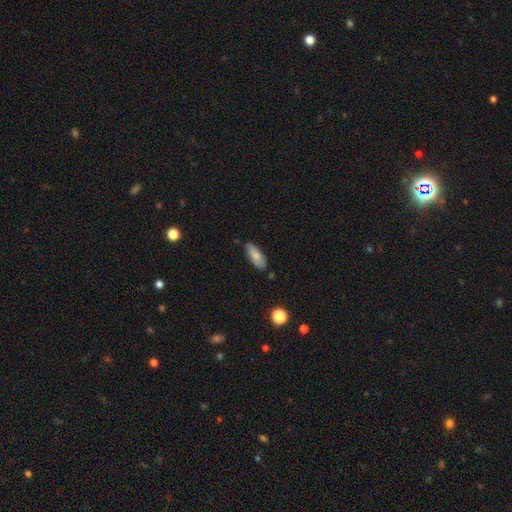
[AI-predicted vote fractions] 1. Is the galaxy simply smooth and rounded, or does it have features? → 77% smooth, 16% featured or disk, 7% star or artifact.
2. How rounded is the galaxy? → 75% in between, 23% cigar-shaped, 2% round.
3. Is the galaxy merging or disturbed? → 73% none, 21% minor disturbance, 3% major disturbance, 2% merger.